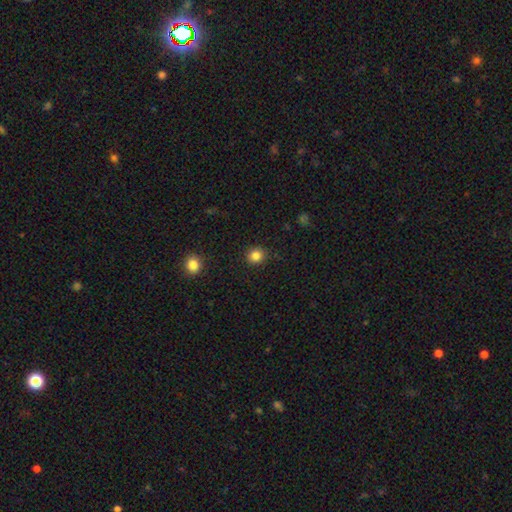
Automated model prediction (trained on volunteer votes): A smooth galaxy with no disk features (85%) that is round (88%).

Vote fractions:
- Smooth or featured? smooth: 85% / star or artifact: 11% / featured or disk: 4%
- How rounded? round: 88% / in between: 12% / cigar-shaped: 1%
- Merging? none: 91% / minor disturbance: 6% / major disturbance: 2% / merger: 1%